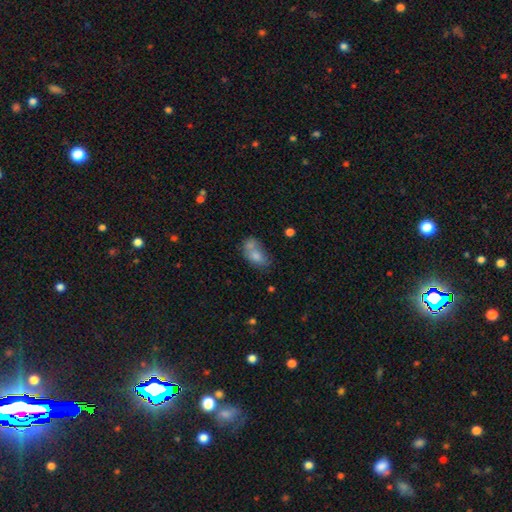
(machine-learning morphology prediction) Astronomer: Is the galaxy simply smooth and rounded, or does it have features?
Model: smooth — 69%.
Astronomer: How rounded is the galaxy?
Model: in between — 85%.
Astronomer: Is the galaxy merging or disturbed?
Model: merger — 41% (runner-up: none, 32%).